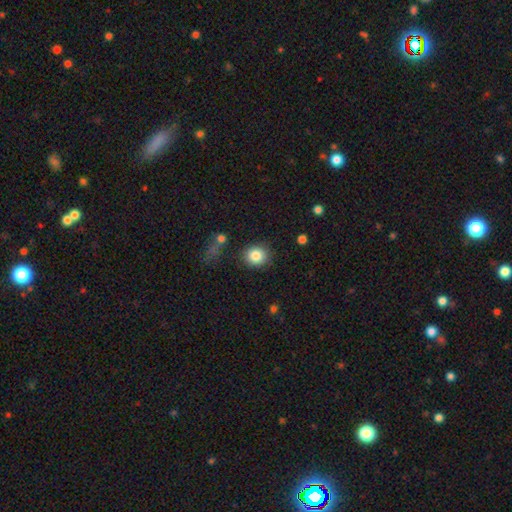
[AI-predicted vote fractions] A smooth galaxy with no disk features (84%) that is round (82%).

Vote fractions:
- Smooth or featured? smooth: 84% / star or artifact: 9% / featured or disk: 6%
- How rounded? round: 82% / in between: 17% / cigar-shaped: 1%
- Merging? none: 83% / minor disturbance: 10% / major disturbance: 3% / merger: 3%